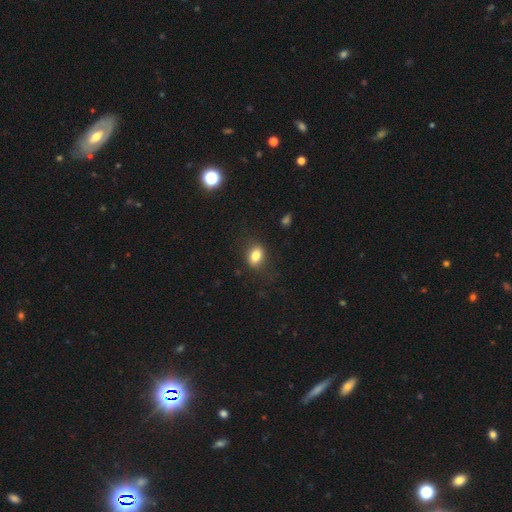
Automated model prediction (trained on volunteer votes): Smooth or featured?
  - smooth: 82% *
  - star or artifact: 10%
  - featured or disk: 9%
How rounded?
  - in between: 72% *
  - round: 26%
  - cigar-shaped: 2%
Merging?
  - none: 80% *
  - minor disturbance: 14%
  - major disturbance: 4%
  - merger: 1%